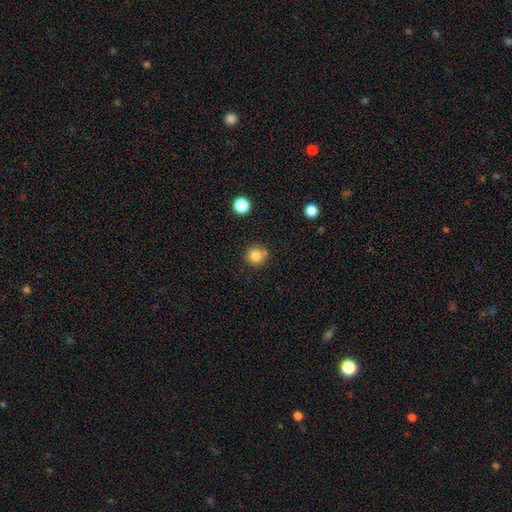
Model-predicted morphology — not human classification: smooth 82%, star or artifact 12%, featured or disk 6%. Down the decision tree: how rounded — round (94%); merging — none (78%).